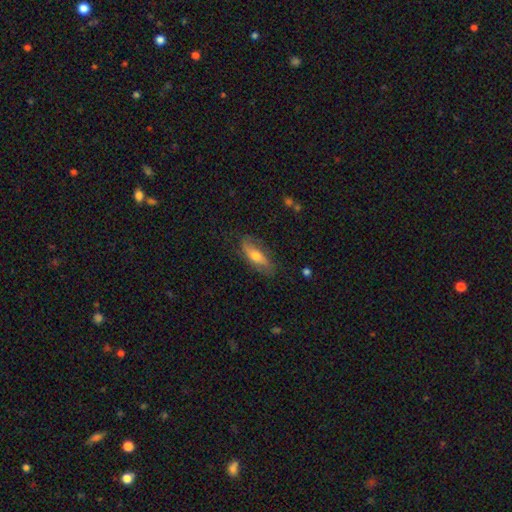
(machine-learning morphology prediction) smooth_or_featured: smooth (p=0.52) [alt: featured or disk p=0.41]
how_rounded: in between (p=0.64) [alt: cigar-shaped p=0.33]
merging: none (p=0.74) [alt: minor disturbance p=0.19]